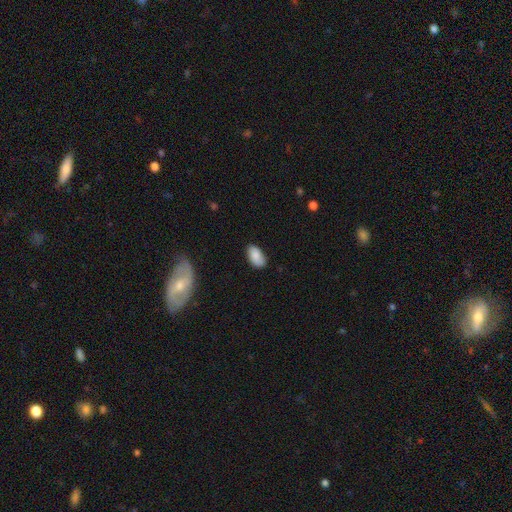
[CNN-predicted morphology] The model was most divided on "merging": none: 77%, minor disturbance: 18%, major disturbance: 3%, merger: 2%. More confident: how rounded — in between (95%); smooth or featured — smooth (86%).